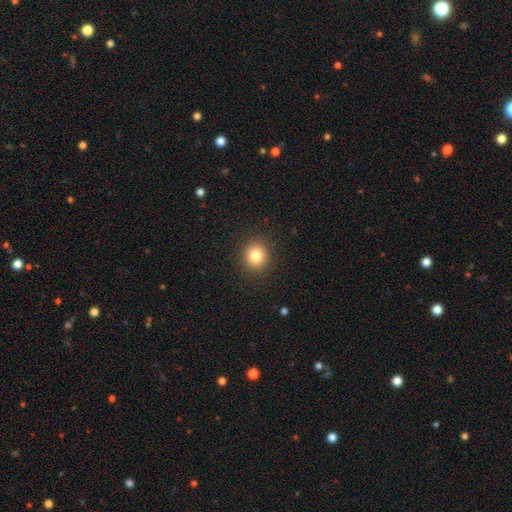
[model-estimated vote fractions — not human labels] smooth-or-featured: smooth: 82% | star or artifact: 11% | featured or disk: 7%
  how-rounded: round: 86% | in between: 13% | cigar-shaped: 1%
  merging: none: 90% | minor disturbance: 6% | major disturbance: 2% | merger: 1%